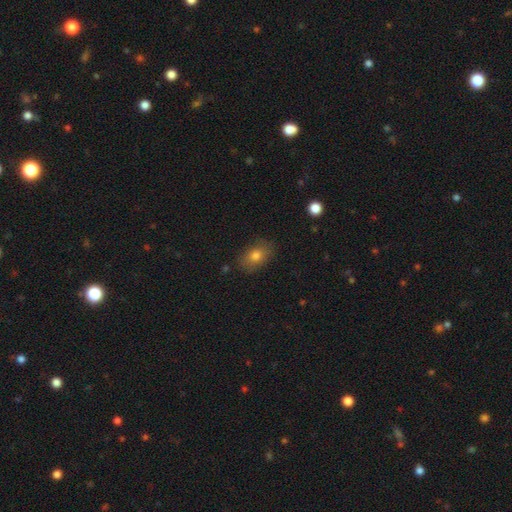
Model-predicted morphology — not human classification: Smooth or featured: smooth — 76% (featured or disk — 13%)
How rounded: in between — 80% (round — 18%)
Merging: none — 82% (minor disturbance — 13%)